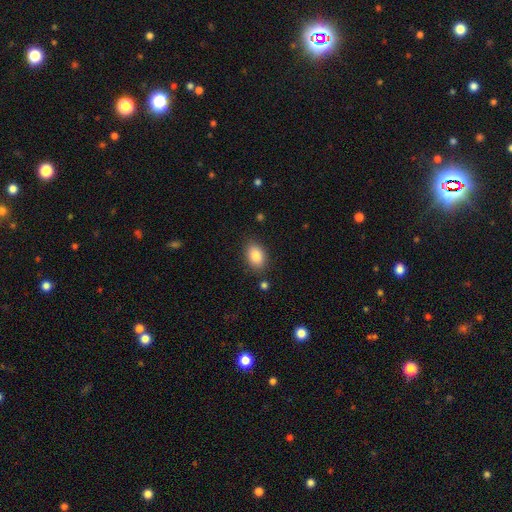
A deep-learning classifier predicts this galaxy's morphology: This appears to be a smooth galaxy with no disk features (86%) that is in between round and cigar-shaped (85%). Merging: none (84%).